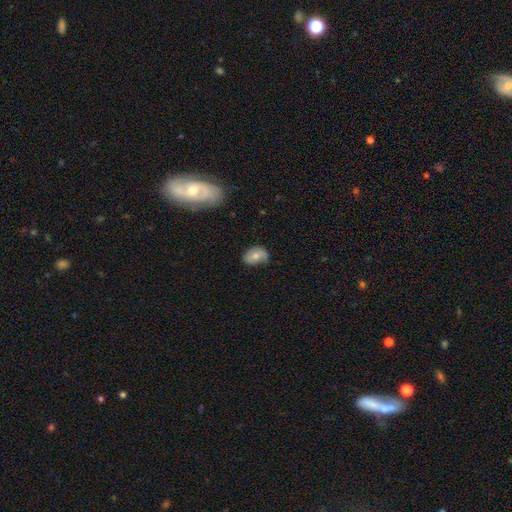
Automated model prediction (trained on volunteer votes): Smooth or featured? smooth (63%)
How rounded? in between (72%)
Merging? none (48%)